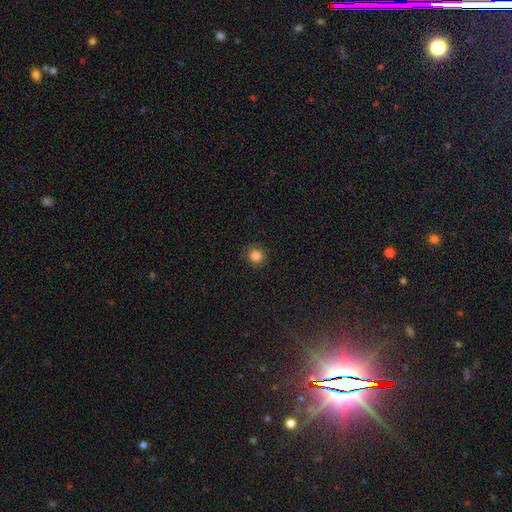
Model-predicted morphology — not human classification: This appears to be a smooth galaxy with no disk features (84%) that is round (89%). Merging: none (89%).